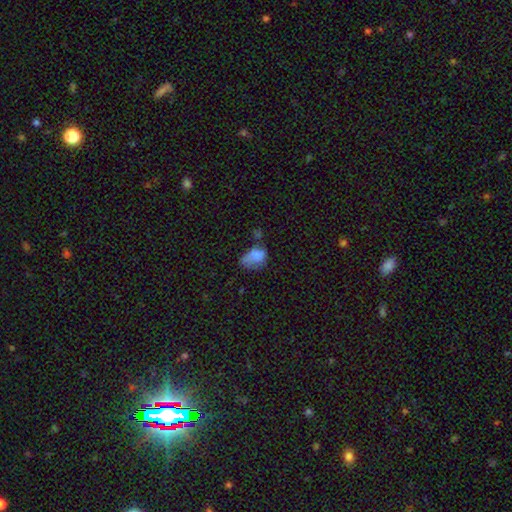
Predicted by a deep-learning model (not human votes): smooth-or-featured: smooth: 72% | featured or disk: 16% | star or artifact: 12%
  how-rounded: in between: 78% | round: 20% | cigar-shaped: 1%
  merging: major disturbance: 31% (tied) | minor disturbance: 31% (tied) | none: 25% | merger: 13%